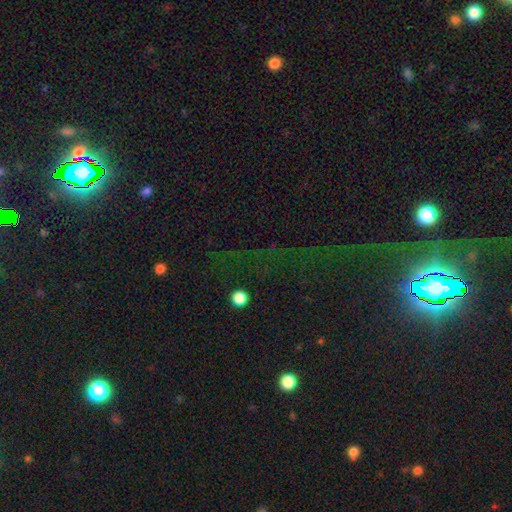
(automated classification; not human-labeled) A star or artifact, not a galaxy (79%).